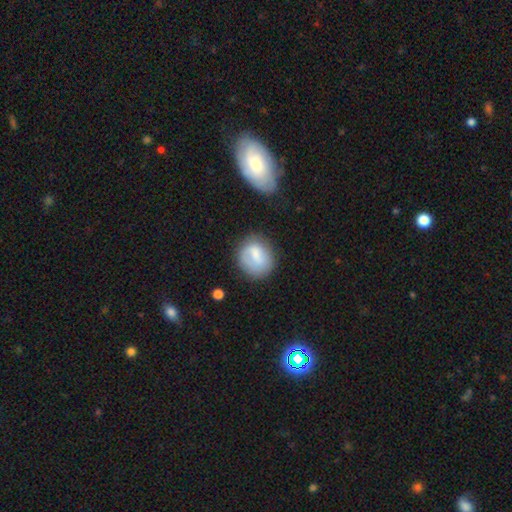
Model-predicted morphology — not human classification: This is likely a smooth galaxy (68%). How rounded: likely round (70%). Merging: likely none (65%).